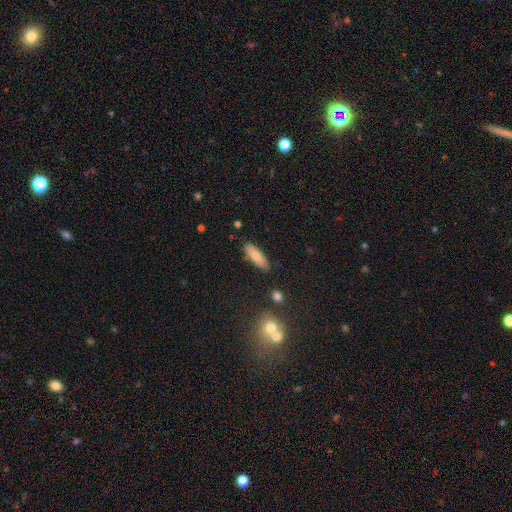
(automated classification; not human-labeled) smooth_or_featured: smooth (p=0.80) [alt: featured or disk p=0.13]
how_rounded: in between (p=0.54) [alt: cigar-shaped p=0.44]
merging: none (p=0.83) [alt: minor disturbance p=0.13]